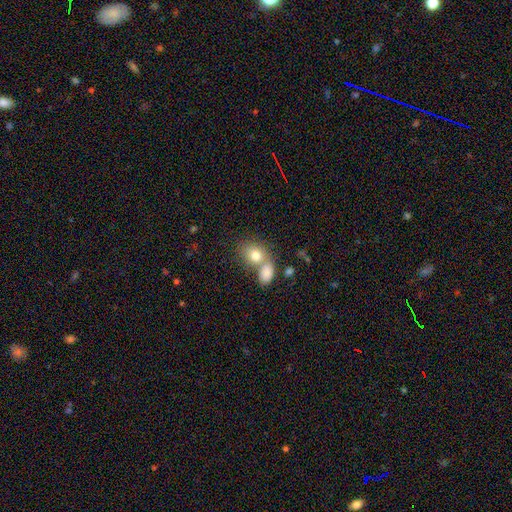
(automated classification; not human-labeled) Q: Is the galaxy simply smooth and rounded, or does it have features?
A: smooth — 79%.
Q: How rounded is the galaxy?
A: in between — 54%.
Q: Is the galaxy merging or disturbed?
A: merger — 50%.